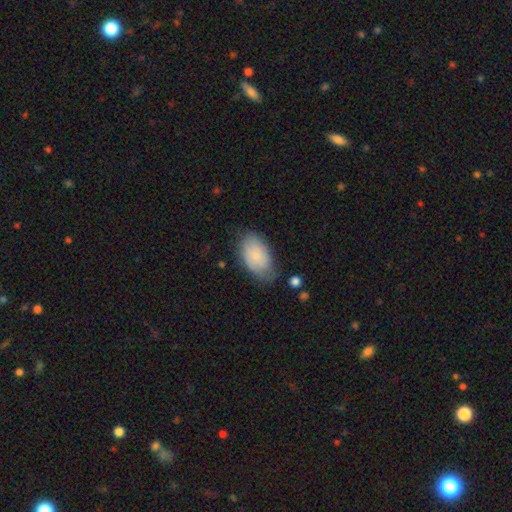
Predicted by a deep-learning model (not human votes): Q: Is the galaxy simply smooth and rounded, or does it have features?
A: smooth — 78%.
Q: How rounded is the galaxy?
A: in between — 93%.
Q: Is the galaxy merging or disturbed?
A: none — 61%.